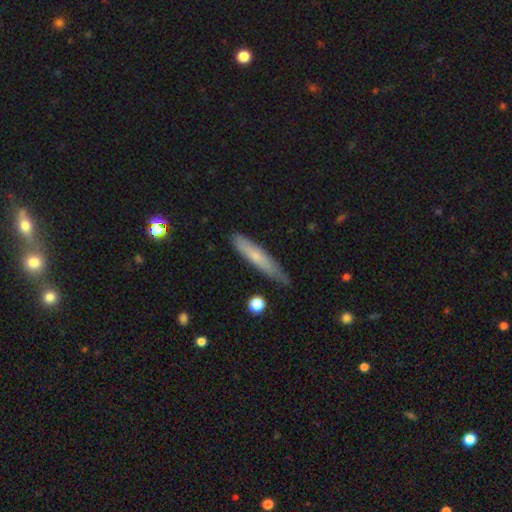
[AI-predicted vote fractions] smooth_or_featured: smooth (p=0.62) [alt: featured or disk p=0.32]
how_rounded: cigar-shaped (p=0.90) [alt: in between p=0.08]
merging: none (p=0.73) [alt: minor disturbance p=0.22]